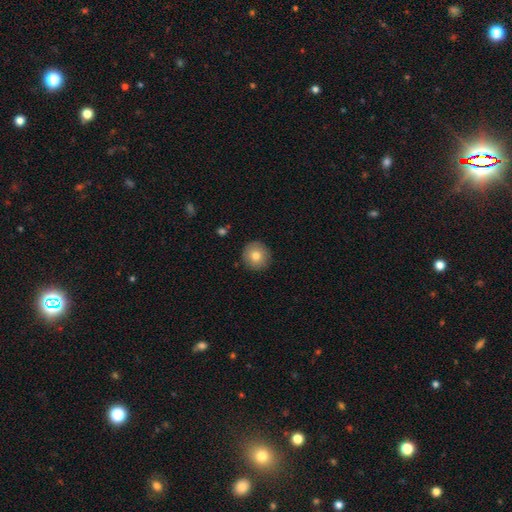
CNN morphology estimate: Smooth or featured?
  - smooth: 78% *
  - featured or disk: 13%
  - star or artifact: 9%
How rounded?
  - round: 95% *
  - in between: 4%
  - cigar-shaped: 1%
Merging?
  - none: 90% *
  - minor disturbance: 7%
  - major disturbance: 2%
  - merger: 1%